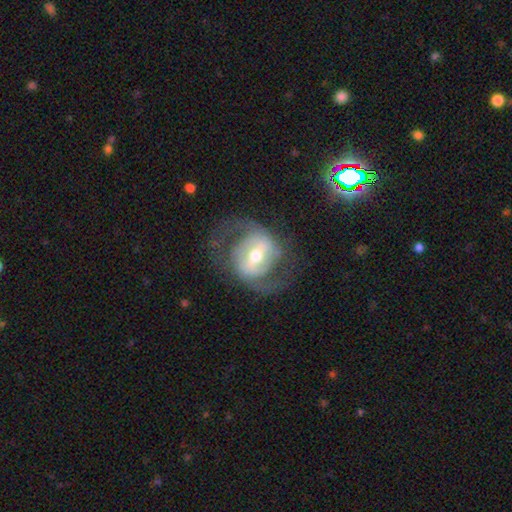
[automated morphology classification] The model was most divided on "bar": strong: 51%, weak: 36%, no: 14%. More confident: edge-on disk — no (96%); spiral arm count — 2 (86%); smooth or featured — featured or disk (82%); spiral arms — yes (80%); merging — none (68%); bulge size — moderate (67%); spiral winding — medium (51%).